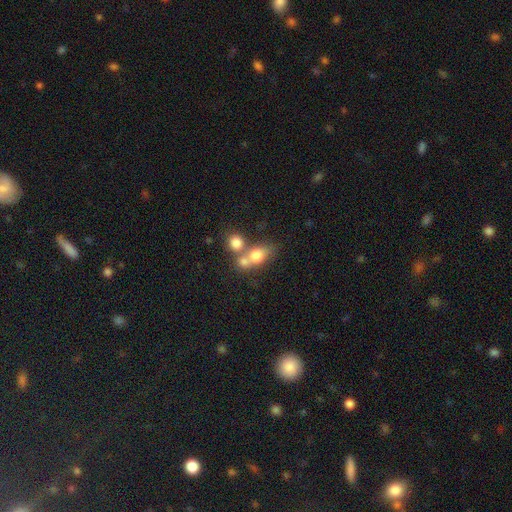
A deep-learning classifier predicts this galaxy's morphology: Smooth or featured?
  - smooth: 71% *
  - featured or disk: 18%
  - star or artifact: 11%
How rounded?
  - in between: 49% *
  - round: 47%
  - cigar-shaped: 4%
Merging?
  - merger: 55% *
  - none: 31%
  - minor disturbance: 8%
  - major disturbance: 6%